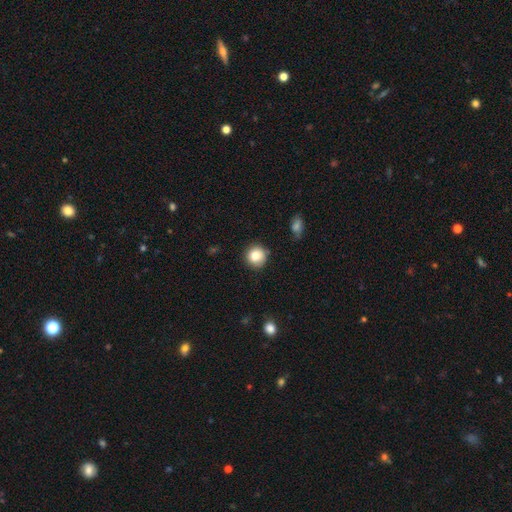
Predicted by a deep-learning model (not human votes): A smooth galaxy with no disk features (85%) that is round (92%).

Vote fractions:
- Smooth or featured? smooth: 85% / star or artifact: 9% / featured or disk: 6%
- How rounded? round: 92% / in between: 7% / cigar-shaped: 1%
- Merging? none: 85% / minor disturbance: 11% / major disturbance: 2% / merger: 2%